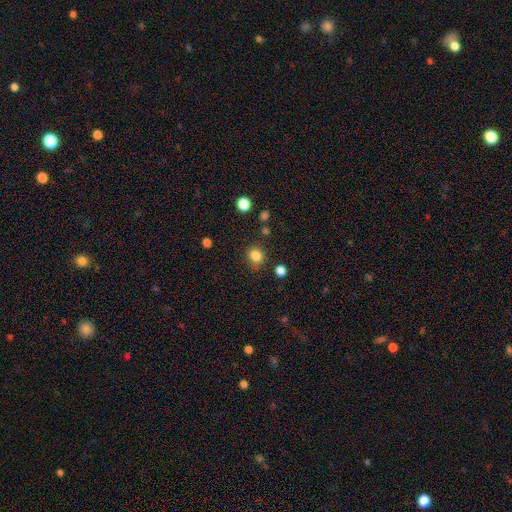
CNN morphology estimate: Smooth or featured?
  - smooth: 83% *
  - star or artifact: 12%
  - featured or disk: 5%
How rounded?
  - round: 76% *
  - in between: 23%
  - cigar-shaped: 1%
Merging?
  - none: 77% *
  - minor disturbance: 15%
  - major disturbance: 4%
  - merger: 4%